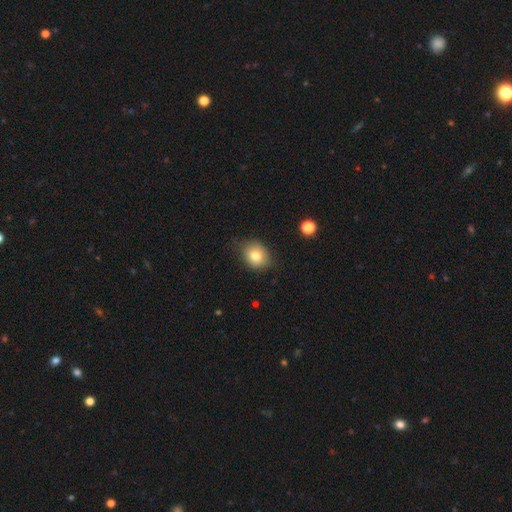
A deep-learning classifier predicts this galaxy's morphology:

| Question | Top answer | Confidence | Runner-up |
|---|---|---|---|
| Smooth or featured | smooth | 78% | featured or disk (12%) |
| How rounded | round | 57% | in between (42%) |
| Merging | none | 71% | minor disturbance (23%) |